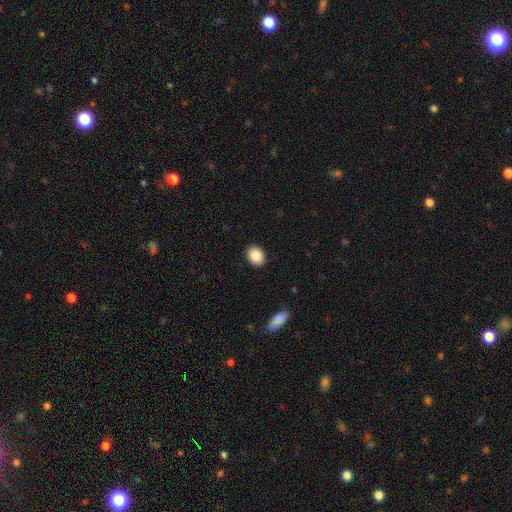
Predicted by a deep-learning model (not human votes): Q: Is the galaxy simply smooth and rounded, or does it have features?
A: smooth — 86%.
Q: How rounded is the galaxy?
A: in between — 60%.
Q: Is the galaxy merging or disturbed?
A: none — 90%.